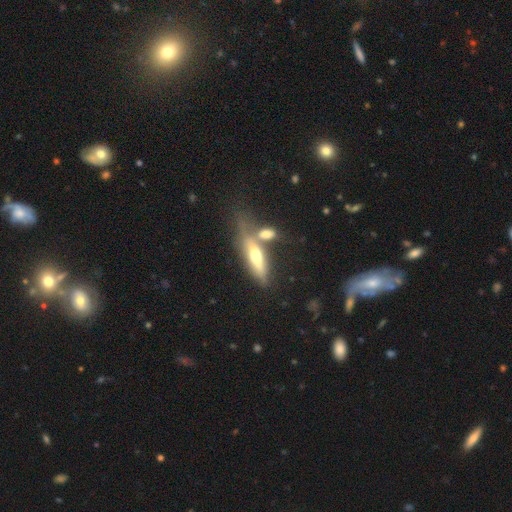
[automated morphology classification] Smooth or featured? Predicted: featured or disk (p=0.51). Edge-on disk? Predicted: yes (p=0.72). Merging? Predicted: merger (p=0.40).